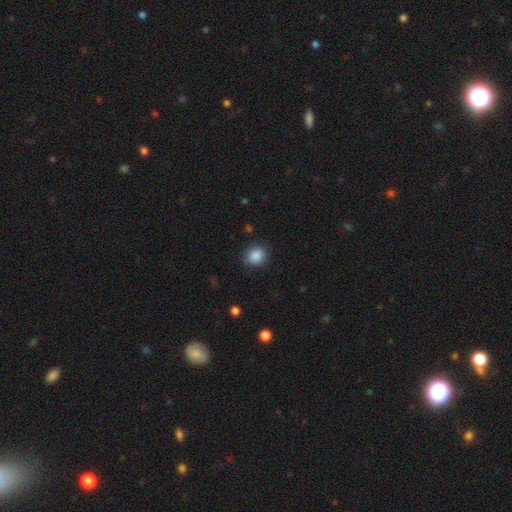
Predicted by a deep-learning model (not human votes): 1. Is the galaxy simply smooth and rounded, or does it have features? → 88% smooth, 9% star or artifact, 4% featured or disk.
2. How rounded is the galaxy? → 70% round, 29% in between, 1% cigar-shaped.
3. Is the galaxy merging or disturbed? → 83% none, 13% minor disturbance, 3% major disturbance, 1% merger.